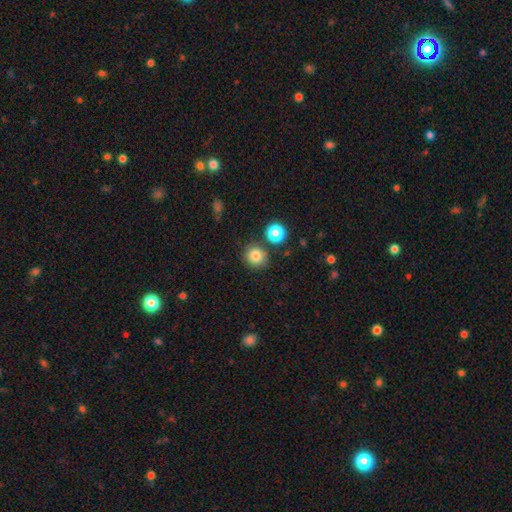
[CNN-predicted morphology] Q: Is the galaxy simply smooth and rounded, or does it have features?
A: smooth — 81%.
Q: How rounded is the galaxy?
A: round — 87%.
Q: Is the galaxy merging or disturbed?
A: none — 81%.